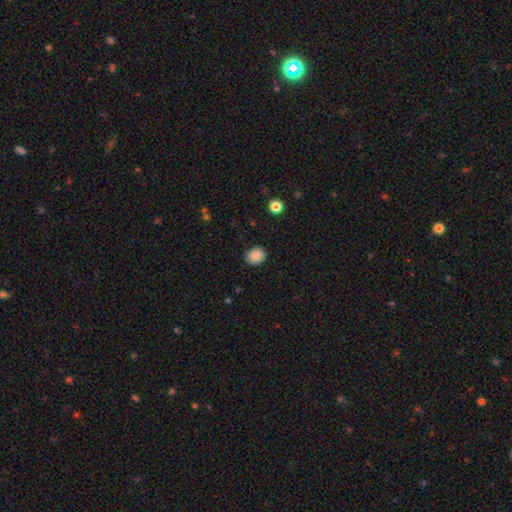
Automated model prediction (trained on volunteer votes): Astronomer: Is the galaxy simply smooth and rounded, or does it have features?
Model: smooth — 88%.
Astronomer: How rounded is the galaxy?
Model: round — 65%.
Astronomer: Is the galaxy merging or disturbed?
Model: none — 89%.